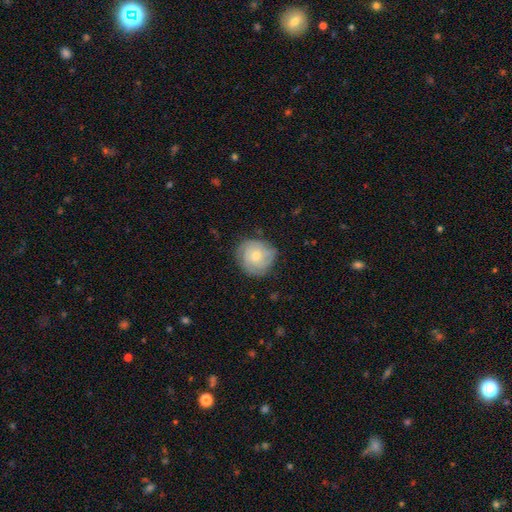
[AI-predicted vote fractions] Smooth or featured? smooth (47%)
Merging? none (73%)